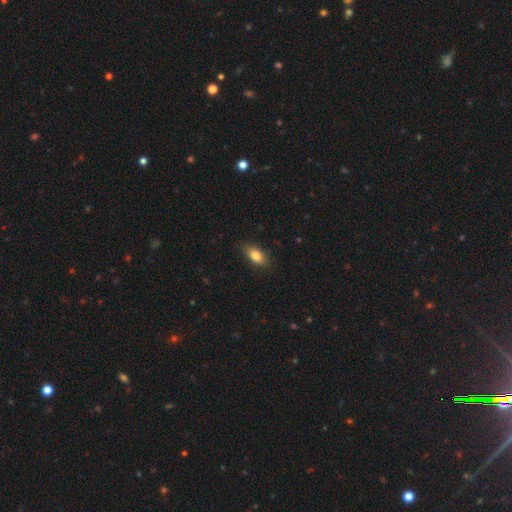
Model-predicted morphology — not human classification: smooth_or_featured: smooth (p=0.82) [alt: featured or disk p=0.10]
how_rounded: in between (p=0.88) [alt: round p=0.06]
merging: none (p=0.85) [alt: minor disturbance p=0.12]